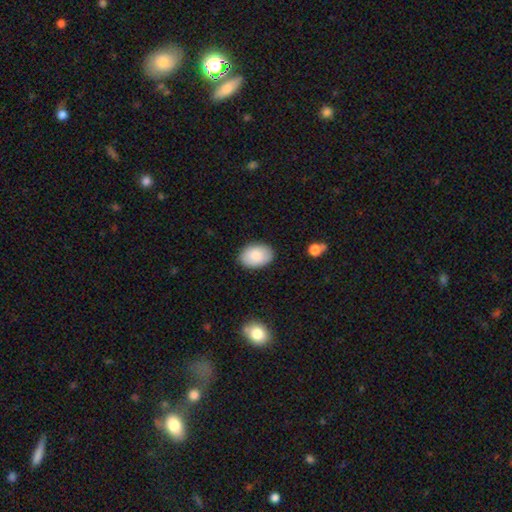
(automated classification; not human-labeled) Morphology: type=smooth (87%); roundness=in between (88%); merging=none (88%).